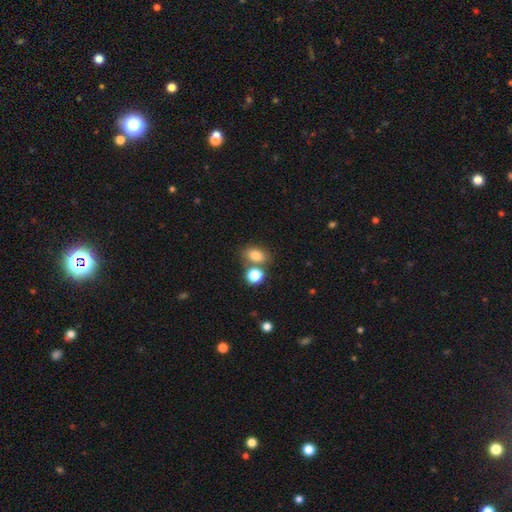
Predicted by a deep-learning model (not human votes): Smooth or featured? Predicted: smooth (p=0.81). How rounded? Predicted: in between (p=0.68). Merging? Predicted: none (p=0.63).